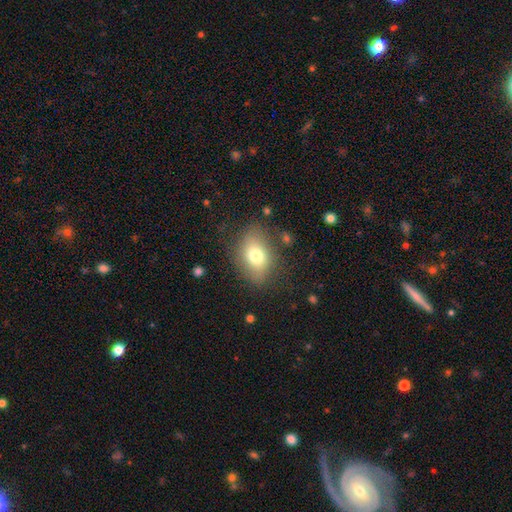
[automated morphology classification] Smooth or featured? smooth (74%)
How rounded? in between (75%)
Merging? none (75%)